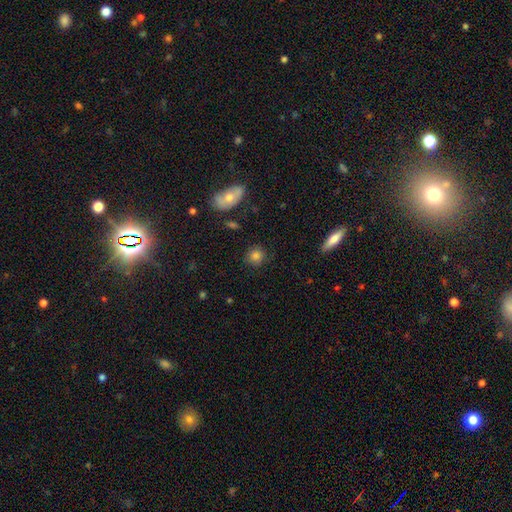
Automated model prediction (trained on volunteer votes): Overall: smooth (81%). How rounded: round (84%). Merging: none (85%).